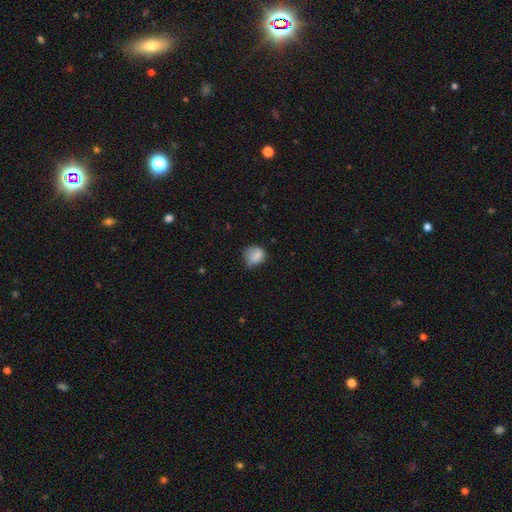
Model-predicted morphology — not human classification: Smooth or featured? smooth (79%)
How rounded? round (68%)
Merging? none (45%)